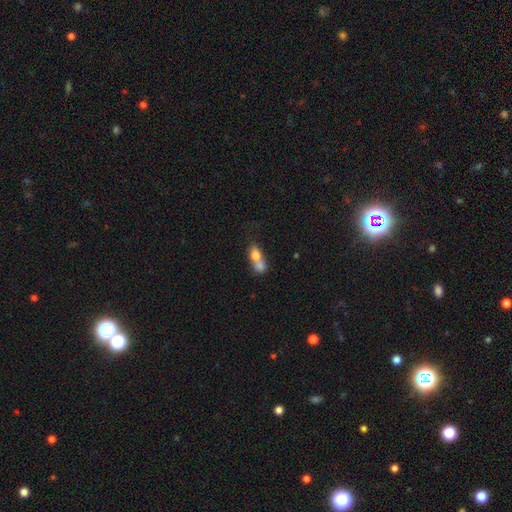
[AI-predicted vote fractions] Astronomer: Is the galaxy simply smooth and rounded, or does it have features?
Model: smooth — 72%.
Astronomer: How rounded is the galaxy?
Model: in between — 61%.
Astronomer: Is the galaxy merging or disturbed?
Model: merger — 74%.